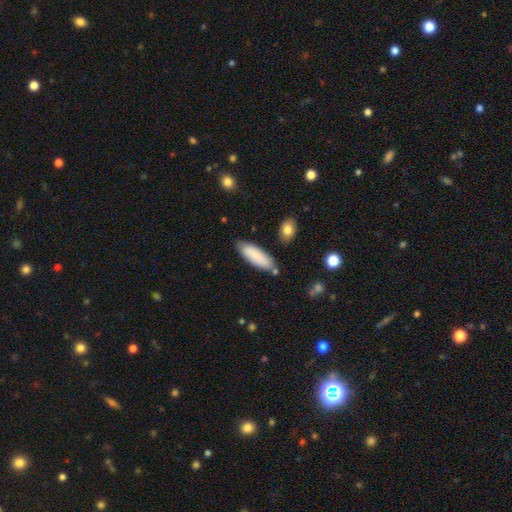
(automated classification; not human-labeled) A smooth galaxy with no disk features (84%) that is in between round and cigar-shaped (59%).

Vote fractions:
- Smooth or featured? smooth: 84% / featured or disk: 10% / star or artifact: 6%
- How rounded? in between: 59% / cigar-shaped: 39% / round: 2%
- Merging? none: 78% / minor disturbance: 14% / merger: 5% / major disturbance: 3%